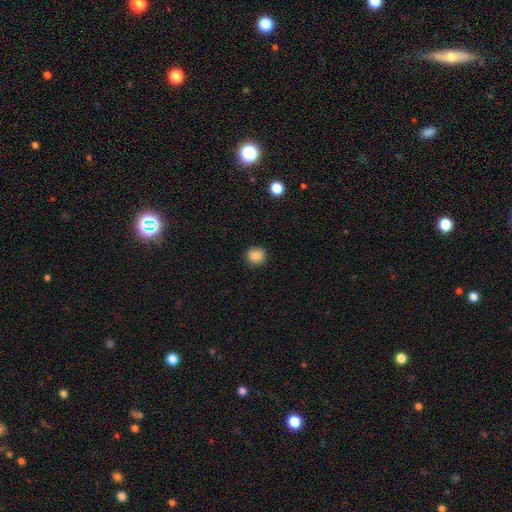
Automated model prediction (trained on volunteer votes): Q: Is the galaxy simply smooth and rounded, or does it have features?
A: smooth — 87%.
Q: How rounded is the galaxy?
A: round — 85%.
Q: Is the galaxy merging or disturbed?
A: none — 89%.